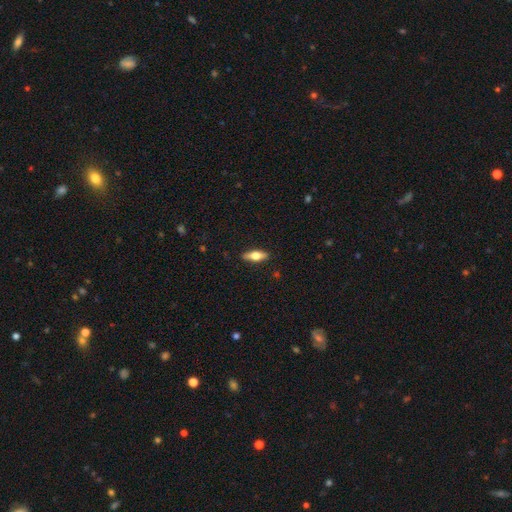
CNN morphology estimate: smooth-or-featured: smooth: 50% | featured or disk: 43% | star or artifact: 6%
  how-rounded: in between: 59% | cigar-shaped: 38% | round: 3%
  merging: none: 89% | minor disturbance: 8% | major disturbance: 2% | merger: 1%